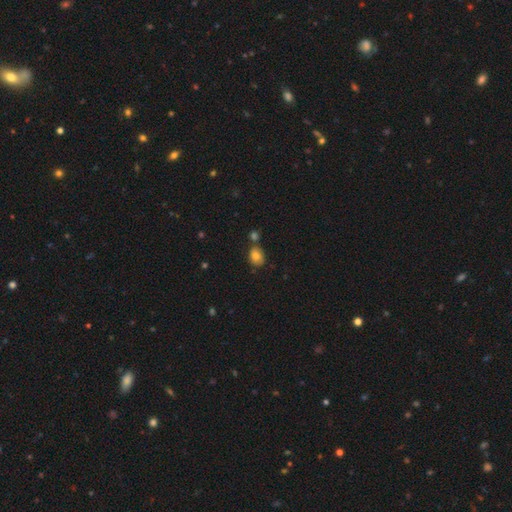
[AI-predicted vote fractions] A smooth galaxy with no disk features (81%) that is in between round and cigar-shaped (52%). Merging: none (65%).